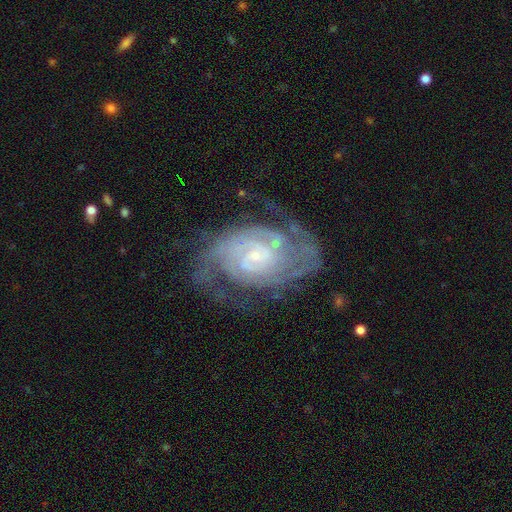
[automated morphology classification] Smooth or featured? featured or disk (88%)
Edge-on disk? no (97%)
Bar? no (53%)
Spiral arms? yes (97%)
Spiral winding? tight (64%)
Spiral arm count? 2 (50%)
Bulge size? small (75%)
Merging? none (68%)